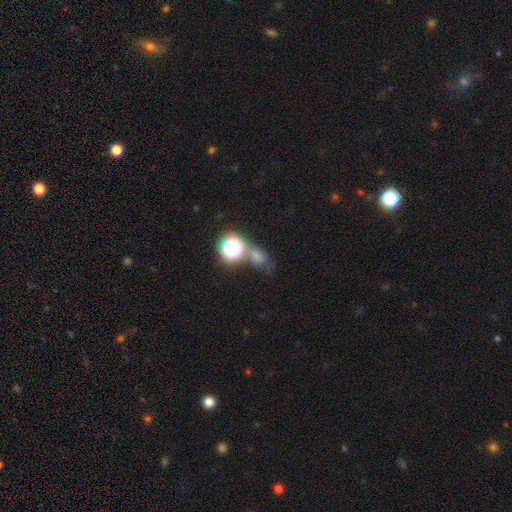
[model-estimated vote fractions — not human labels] smooth_or_featured: smooth (p=0.59) [alt: star or artifact p=0.30]
how_rounded: round (p=0.51) [alt: in between p=0.46]
merging: none (p=0.46) [alt: merger p=0.30]